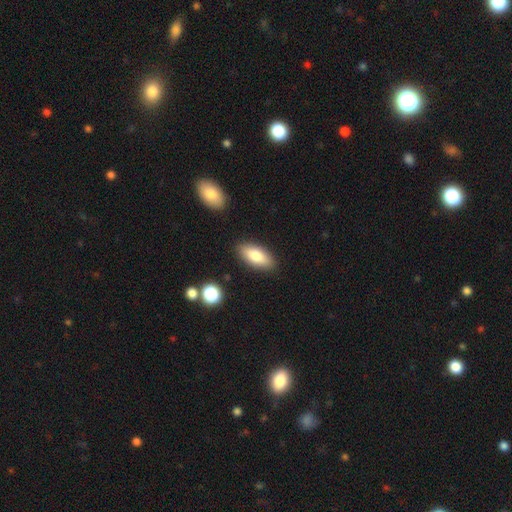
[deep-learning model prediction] Smooth or featured?
  - smooth: 79% *
  - featured or disk: 14%
  - star or artifact: 7%
How rounded?
  - in between: 82% *
  - cigar-shaped: 16%
  - round: 2%
Merging?
  - none: 87% *
  - minor disturbance: 9%
  - major disturbance: 2%
  - merger: 2%